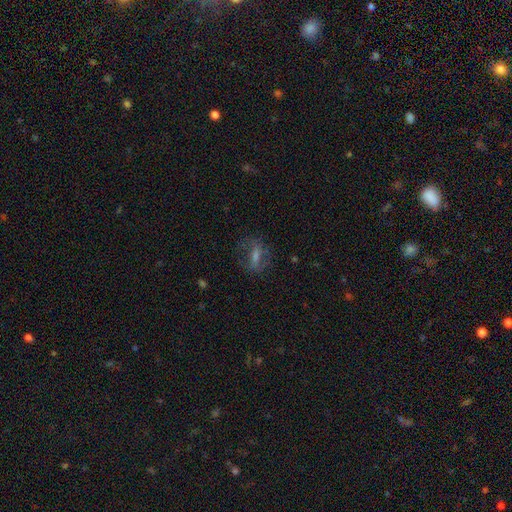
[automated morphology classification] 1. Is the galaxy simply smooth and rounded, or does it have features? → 45% featured or disk, 40% smooth, 15% star or artifact.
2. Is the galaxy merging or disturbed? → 65% none, 17% minor disturbance, 16% major disturbance, 2% merger.